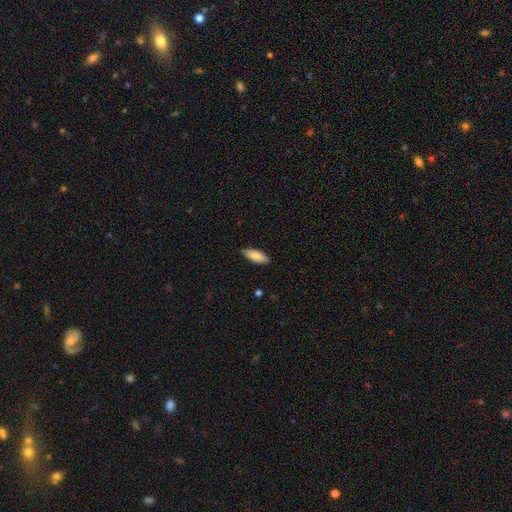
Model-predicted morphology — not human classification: A smooth galaxy with no disk features (84%) that is in between round and cigar-shaped (73%). Merging: none (88%).